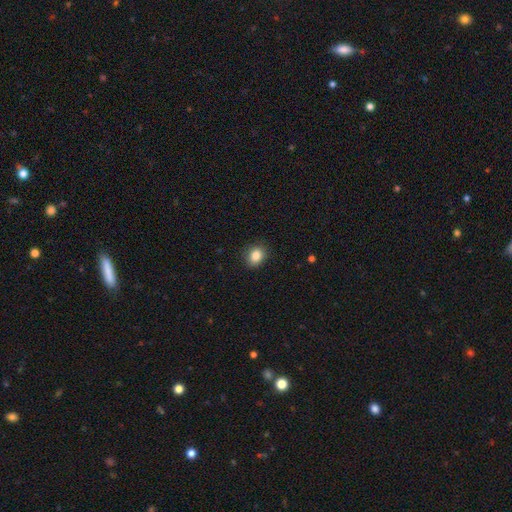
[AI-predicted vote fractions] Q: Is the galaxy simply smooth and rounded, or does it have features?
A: smooth — 85%.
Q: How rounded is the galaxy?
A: round — 50%.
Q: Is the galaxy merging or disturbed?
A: none — 88%.